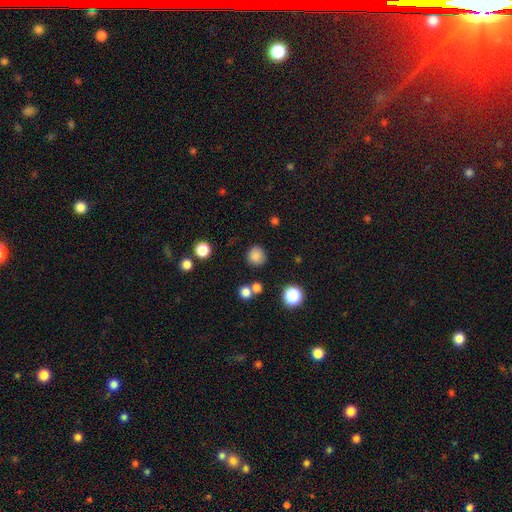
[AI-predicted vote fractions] smooth-or-featured: smooth: 82% | star or artifact: 14% | featured or disk: 4%
  how-rounded: round: 90% | in between: 9% | cigar-shaped: 1%
  merging: none: 82% | minor disturbance: 9% | merger: 6% | major disturbance: 3%